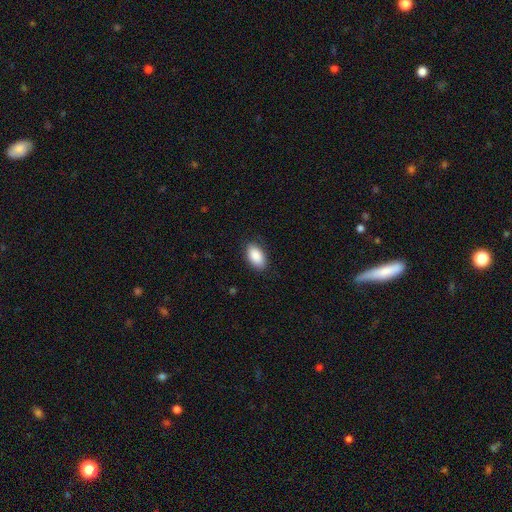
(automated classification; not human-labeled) Q: Smooth or featured?
A: smooth (89%); runner-up: star or artifact (6%)
Q: How rounded?
A: in between (94%); runner-up: round (4%)
Q: Merging?
A: none (84%); runner-up: minor disturbance (12%)